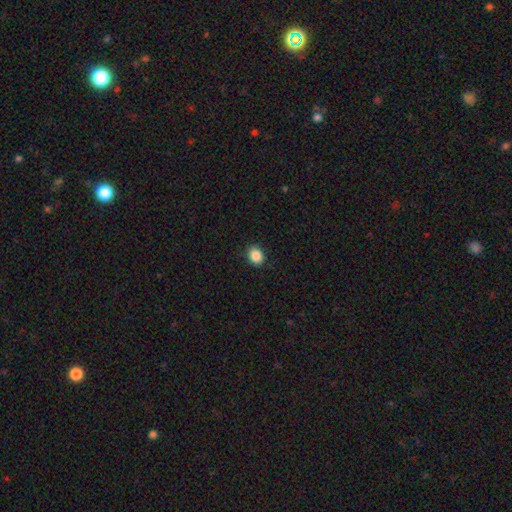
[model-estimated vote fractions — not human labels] The model was most divided on "how rounded": in between: 50%, round: 49%, cigar-shaped: 1%. More confident: merging — none (89%); smooth or featured — smooth (88%).